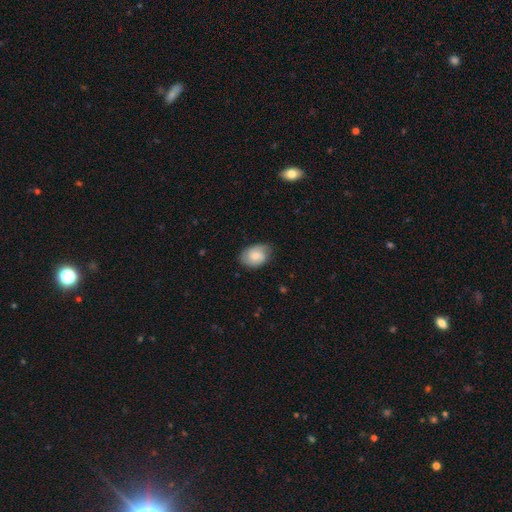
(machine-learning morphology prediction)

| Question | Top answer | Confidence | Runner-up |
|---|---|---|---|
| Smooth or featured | smooth | 54% | featured or disk (39%) |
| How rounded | in between | 75% | round (24%) |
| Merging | none | 74% | minor disturbance (21%) |